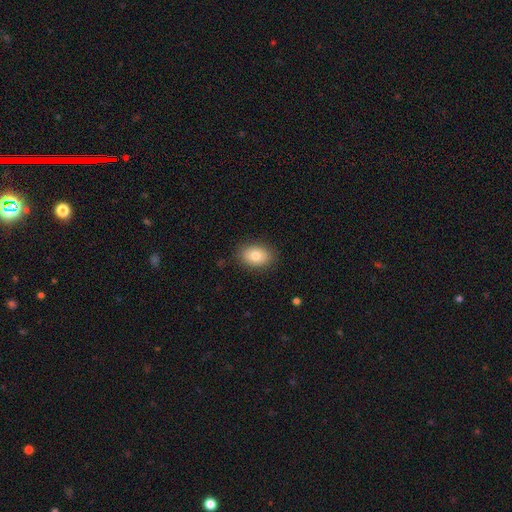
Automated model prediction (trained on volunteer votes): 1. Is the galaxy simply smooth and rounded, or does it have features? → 82% smooth, 10% featured or disk, 8% star or artifact.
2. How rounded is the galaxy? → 80% in between, 19% round, 1% cigar-shaped.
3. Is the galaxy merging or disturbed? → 86% none, 10% minor disturbance, 3% major disturbance, 1% merger.